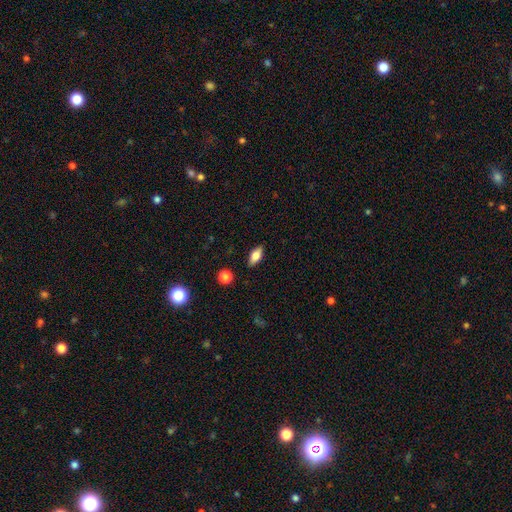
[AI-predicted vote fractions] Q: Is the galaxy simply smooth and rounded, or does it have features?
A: smooth — 72%.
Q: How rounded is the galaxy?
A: in between — 83%.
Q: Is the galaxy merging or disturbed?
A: none — 87%.